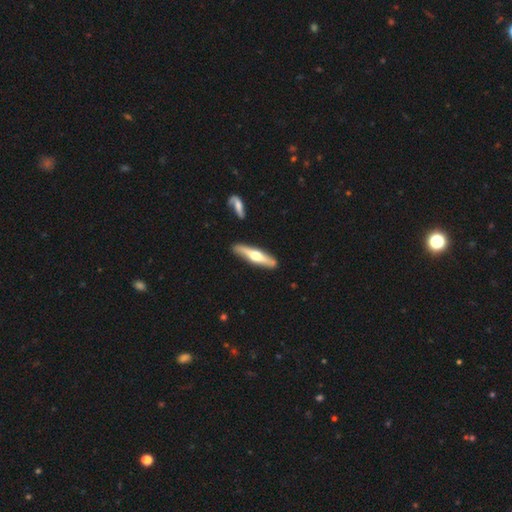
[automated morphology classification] A featured or disk galaxy (56%) viewed edge-on (92%) with a rounded central bulge (92%). Merging: none (85%).